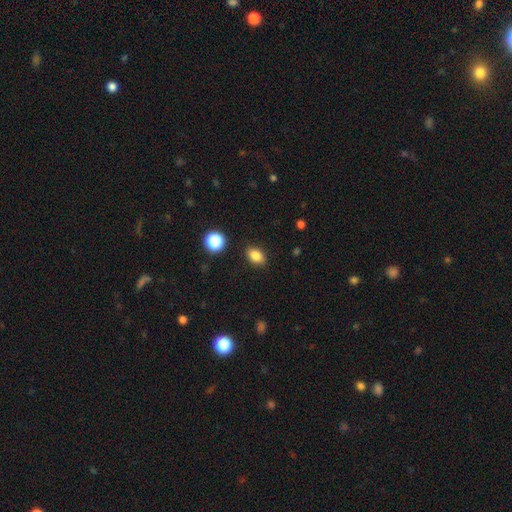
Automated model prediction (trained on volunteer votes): smooth 85%, star or artifact 11%, featured or disk 5%. Down the decision tree: how rounded — in between (80%); merging — none (88%).